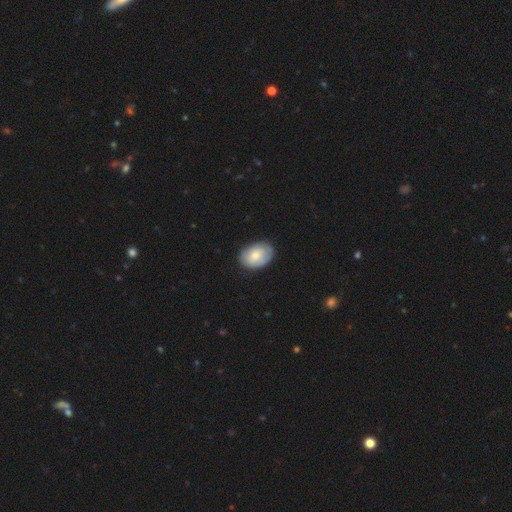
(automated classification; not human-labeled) Q: Smooth or featured?
A: smooth (66%); runner-up: featured or disk (28%)
Q: How rounded?
A: in between (78%); runner-up: round (21%)
Q: Merging?
A: none (74%); runner-up: minor disturbance (20%)